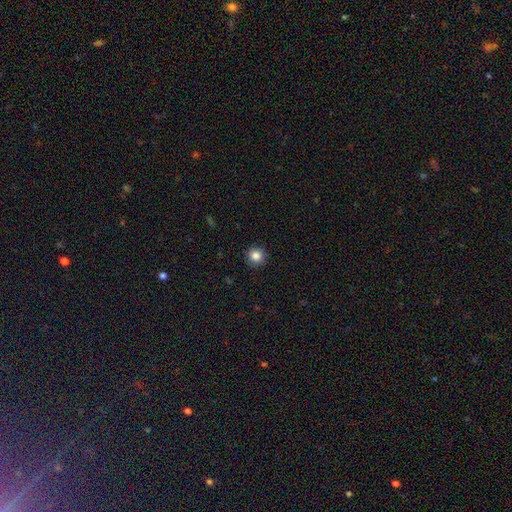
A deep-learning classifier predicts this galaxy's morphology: The model was most divided on "smooth or featured": smooth: 85%, star or artifact: 10%, featured or disk: 4%. More confident: how rounded — round (93%); merging — none (92%).